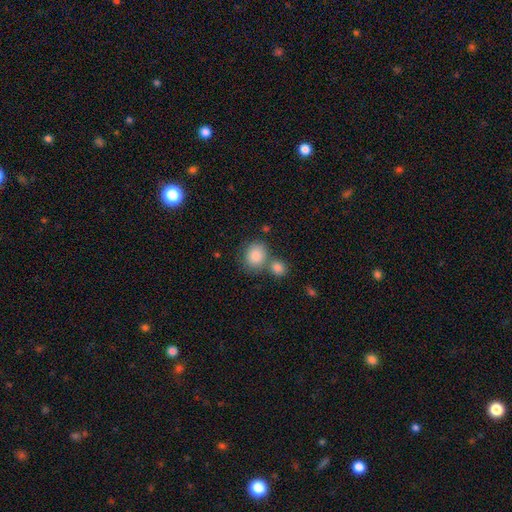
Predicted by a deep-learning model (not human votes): A smooth galaxy with no disk features (86%) that is round (67%).

Vote fractions:
- Smooth or featured? smooth: 86% / star or artifact: 8% / featured or disk: 6%
- How rounded? round: 67% / in between: 32% / cigar-shaped: 1%
- Merging? none: 54% / merger: 30% / minor disturbance: 12% / major disturbance: 5%